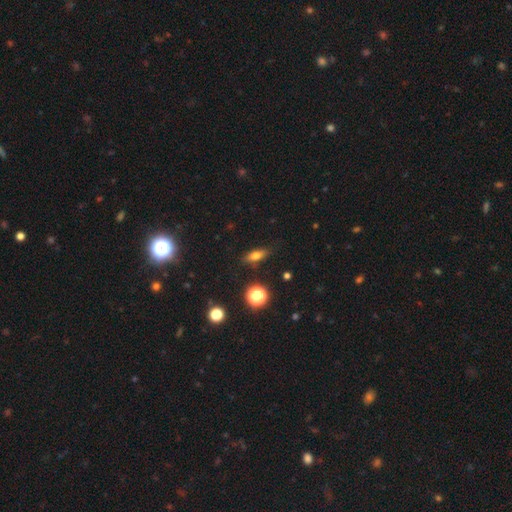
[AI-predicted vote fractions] A smooth galaxy with no disk features (68%) that is in between round and cigar-shaped (62%).

Vote fractions:
- Smooth or featured? smooth: 68% / featured or disk: 18% / star or artifact: 13%
- How rounded? in between: 62% / cigar-shaped: 28% / round: 9%
- Merging? none: 86% / minor disturbance: 10% / major disturbance: 3% / merger: 2%